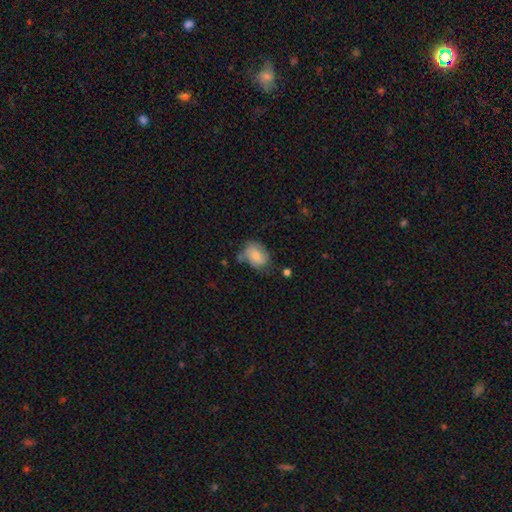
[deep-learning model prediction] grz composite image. It shows a smooth galaxy with no disk features (73%) that is in between round and cigar-shaped (66%). Merging: none (48%).